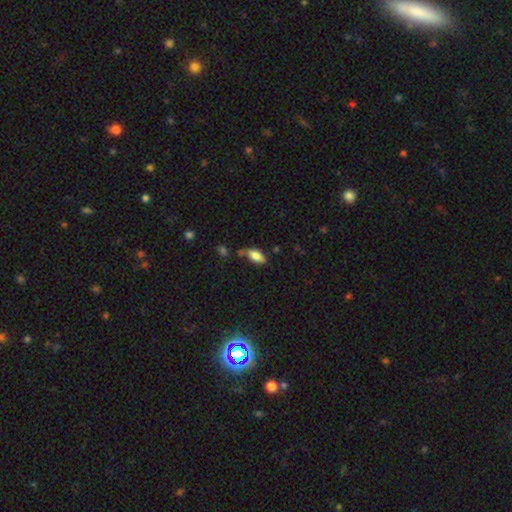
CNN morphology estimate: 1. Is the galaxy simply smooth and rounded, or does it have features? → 75% smooth, 18% featured or disk, 7% star or artifact.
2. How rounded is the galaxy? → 83% in between, 14% cigar-shaped, 3% round.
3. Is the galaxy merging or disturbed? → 67% none, 20% minor disturbance, 8% merger, 4% major disturbance.